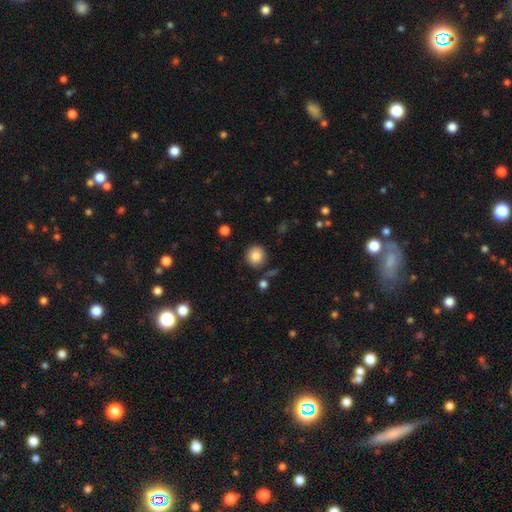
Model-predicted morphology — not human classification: The model was most divided on "smooth or featured": smooth: 86%, star or artifact: 9%, featured or disk: 5%. More confident: how rounded — round (90%); merging — none (87%).